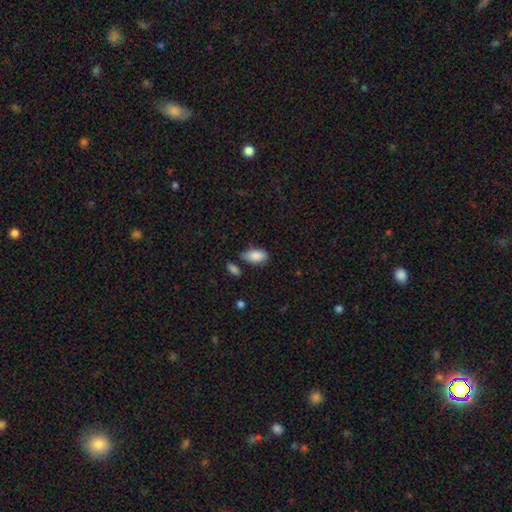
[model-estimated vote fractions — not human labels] Smooth or featured? Predicted: smooth (p=0.87). How rounded? Predicted: in between (p=0.93). Merging? Predicted: none (p=0.68).